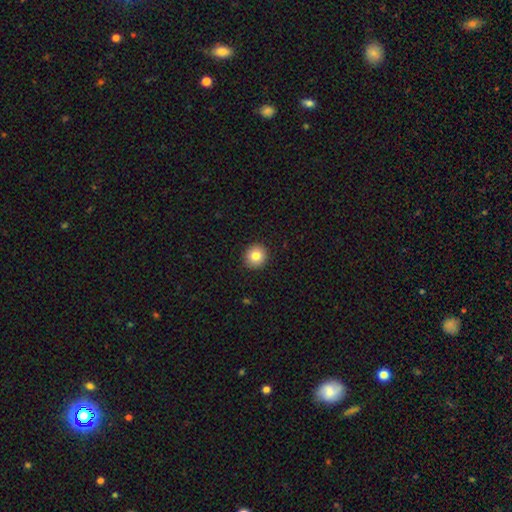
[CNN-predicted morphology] The model was most divided on "smooth or featured": smooth: 82%, star or artifact: 10%, featured or disk: 9%. More confident: merging — none (93%); how rounded — round (92%).